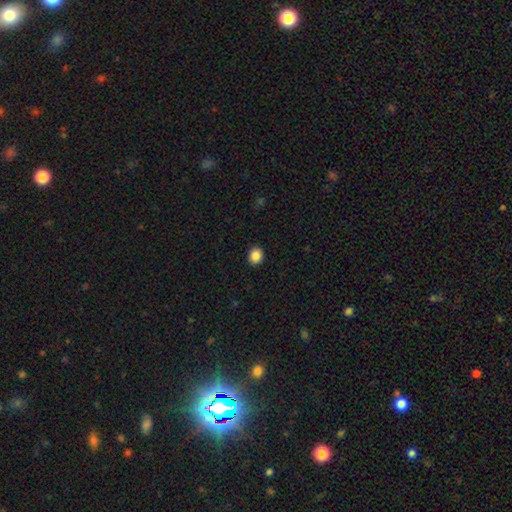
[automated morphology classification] Smooth or featured: smooth — 87% (star or artifact — 9%)
How rounded: round — 73% (in between — 26%)
Merging: none — 91% (minor disturbance — 6%)